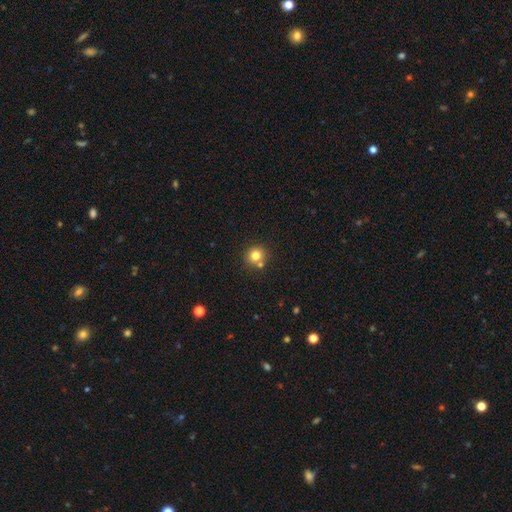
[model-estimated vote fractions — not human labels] Smooth or featured: smooth — 78% (star or artifact — 13%)
How rounded: round — 91% (in between — 8%)
Merging: none — 72% (merger — 17%)